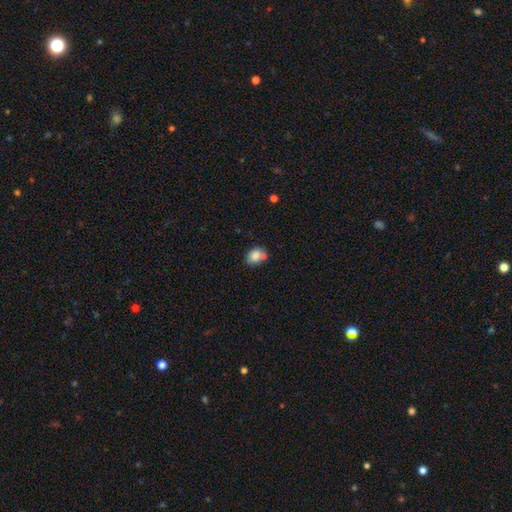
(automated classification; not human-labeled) Morphology: type=smooth (81%); roundness=in between (61%); merging=none (55%).